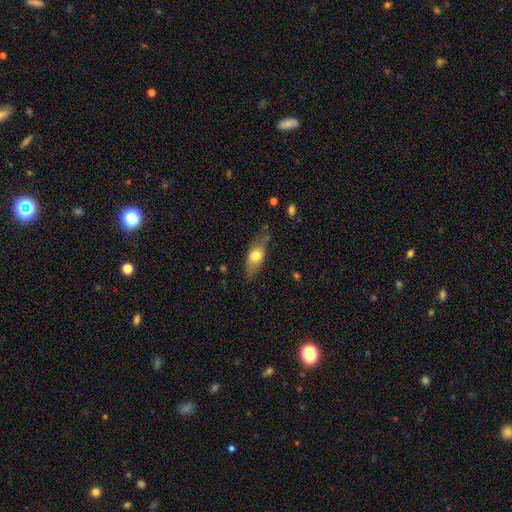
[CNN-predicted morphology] Smooth or featured? smooth (65%)
How rounded? in between (74%)
Merging? none (65%)